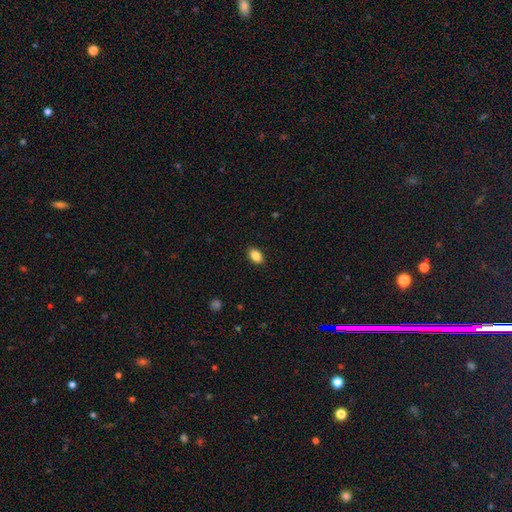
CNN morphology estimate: Smooth or featured? smooth (87%)
How rounded? in between (88%)
Merging? none (90%)